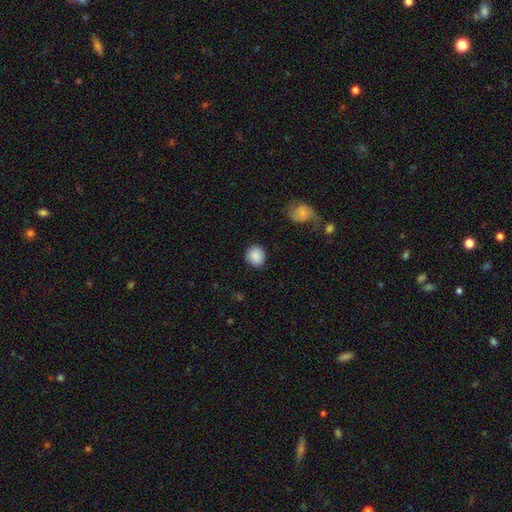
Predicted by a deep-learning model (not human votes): The model was most divided on "how rounded": round: 77%, in between: 22%, cigar-shaped: 1%. More confident: smooth or featured — smooth (87%); merging — none (85%).